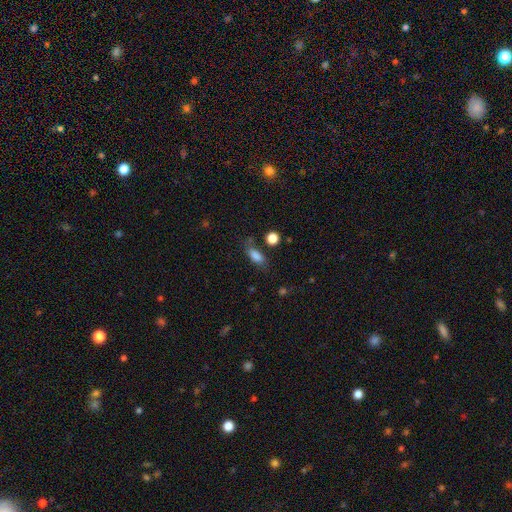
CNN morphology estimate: smooth_or_featured: smooth (p=0.82) [alt: star or artifact p=0.10]
how_rounded: in between (p=0.80) [alt: cigar-shaped p=0.14]
merging: none (p=0.66) [alt: minor disturbance p=0.20]